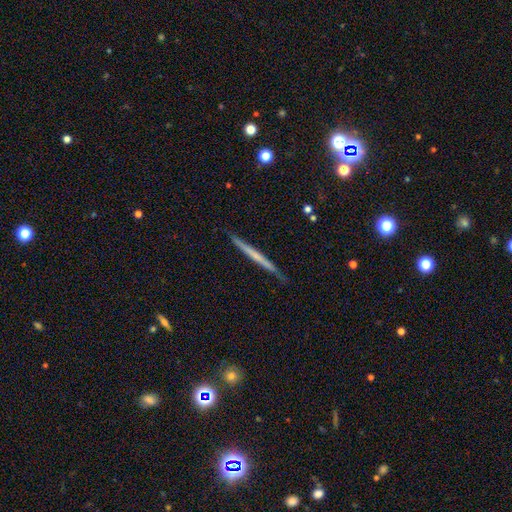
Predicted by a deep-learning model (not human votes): Smooth or featured? Predicted: featured or disk (p=0.54). Edge-on disk? Predicted: yes (p=0.97). Edge-on bulge? Predicted: none (p=0.84). Merging? Predicted: none (p=0.87).